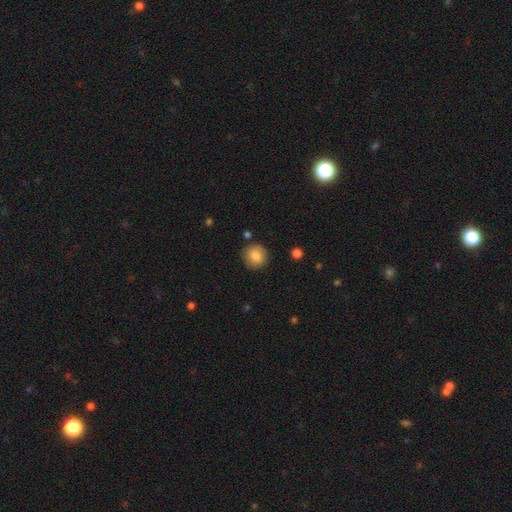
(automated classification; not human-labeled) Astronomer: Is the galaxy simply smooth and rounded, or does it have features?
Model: smooth — 84%.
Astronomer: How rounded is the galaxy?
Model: round — 89%.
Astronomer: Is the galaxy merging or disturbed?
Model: none — 86%.